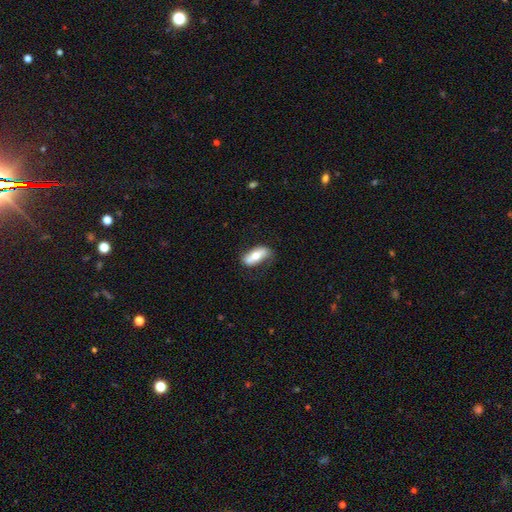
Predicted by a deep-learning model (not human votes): Smooth or featured?
  - smooth: 58% *
  - featured or disk: 36%
  - star or artifact: 6%
How rounded?
  - in between: 77% *
  - cigar-shaped: 20%
  - round: 3%
Merging?
  - none: 73% *
  - minor disturbance: 20%
  - major disturbance: 6%
  - merger: 2%